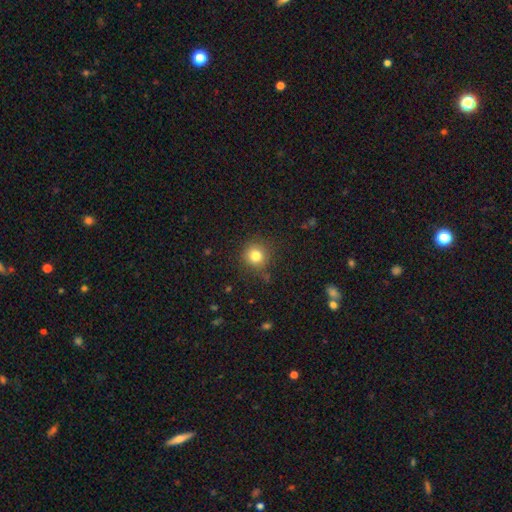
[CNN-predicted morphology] Smooth or featured: smooth — 80% (star or artifact — 13%)
How rounded: round — 93% (in between — 6%)
Merging: none — 85% (minor disturbance — 10%)